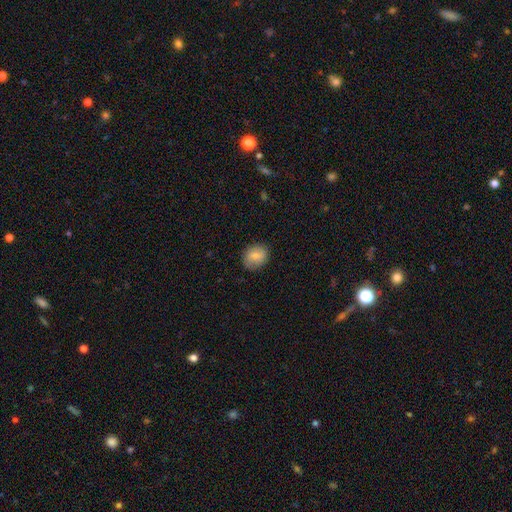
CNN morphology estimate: A smooth galaxy with no disk features (74%) that is round (65%). Merging: none (84%).